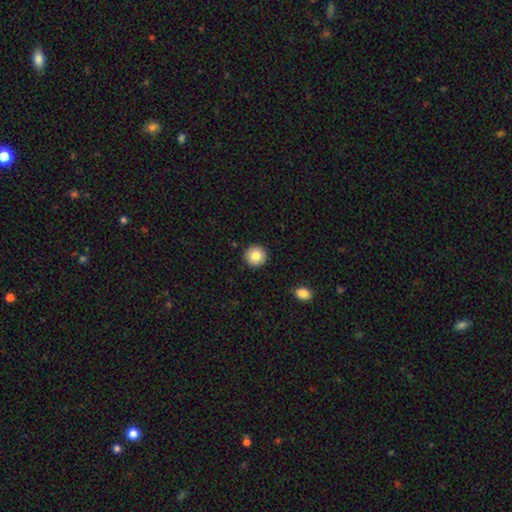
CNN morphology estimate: Smooth or featured? Predicted: smooth (p=0.83). How rounded? Predicted: round (p=0.96). Merging? Predicted: none (p=0.92).